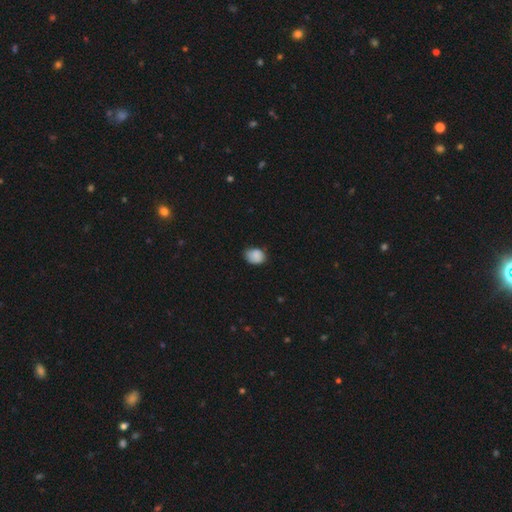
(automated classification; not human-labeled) Smooth or featured?
  - smooth: 85% *
  - star or artifact: 9%
  - featured or disk: 6%
How rounded?
  - in between: 57% *
  - round: 42%
  - cigar-shaped: 1%
Merging?
  - none: 66% *
  - minor disturbance: 29%
  - major disturbance: 4%
  - merger: 1%